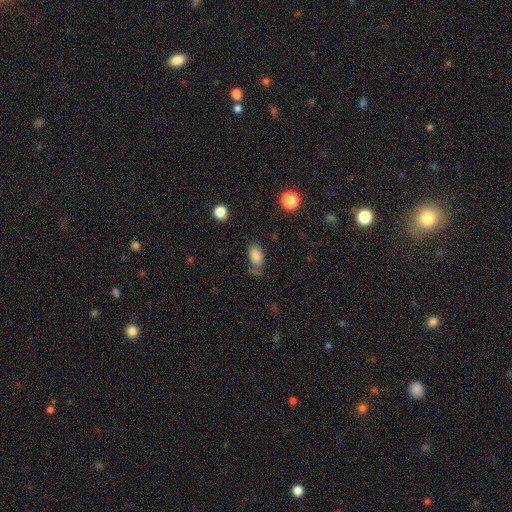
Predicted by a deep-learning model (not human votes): Smooth or featured? Predicted: smooth (p=0.83). How rounded? Predicted: in between (p=0.89). Merging? Predicted: none (p=0.57).